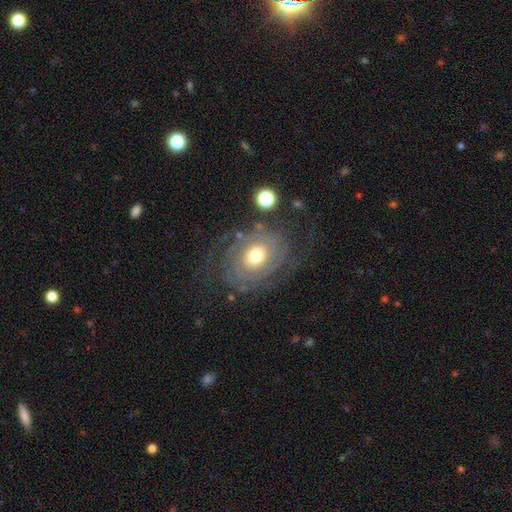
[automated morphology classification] featured or disk 83%, smooth 11%, star or artifact 6%. Down the decision tree: edge-on disk — no (96%); bar — no (80%); spiral arms — yes (90%); spiral arm count — 2 (33%); spiral winding — tight (70%); bulge size — moderate (65%); merging — none (70%).